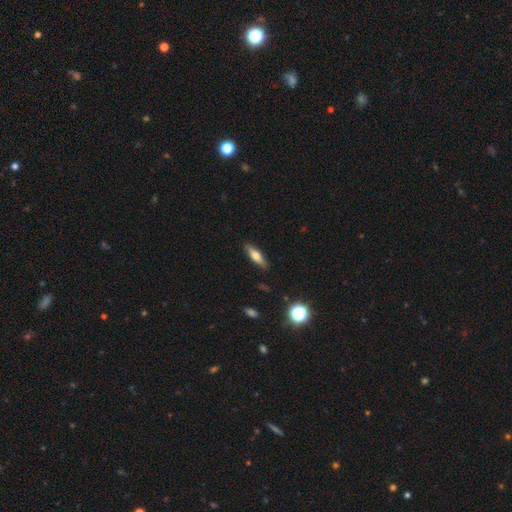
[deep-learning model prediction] smooth-or-featured: smooth: 59% | featured or disk: 33% | star or artifact: 8%
  how-rounded: cigar-shaped: 65% | in between: 32% | round: 3%
  merging: none: 88% | minor disturbance: 9% | major disturbance: 2% | merger: 1%